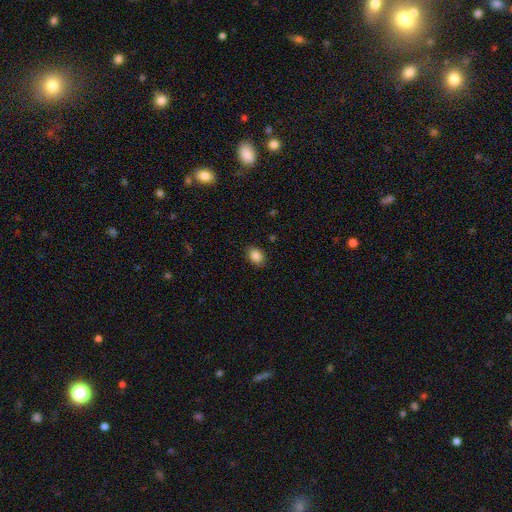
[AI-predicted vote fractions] smooth-or-featured: smooth: 87% | star or artifact: 9% | featured or disk: 4%
  how-rounded: in between: 62% | round: 37% | cigar-shaped: 1%
  merging: none: 84% | minor disturbance: 12% | major disturbance: 3% | merger: 1%